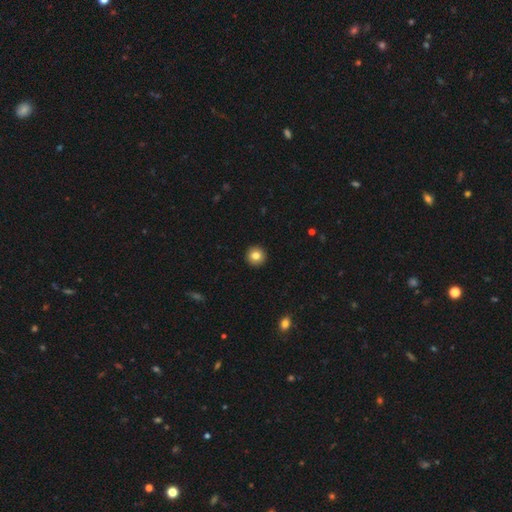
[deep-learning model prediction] Smooth or featured? Predicted: smooth (p=0.82). How rounded? Predicted: round (p=0.95). Merging? Predicted: none (p=0.94).